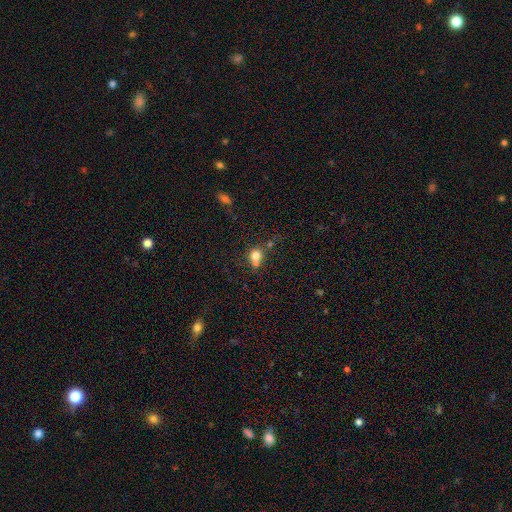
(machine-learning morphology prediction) Smooth or featured? Predicted: smooth (p=0.74). How rounded? Predicted: round (p=0.84). Merging? Predicted: none (p=0.47).